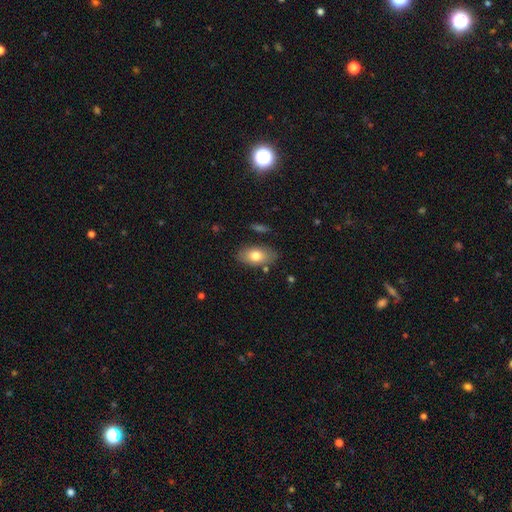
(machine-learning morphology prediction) This appears to be a smooth galaxy with no disk features (76%) that is in between round and cigar-shaped (91%). Merging: none (81%).